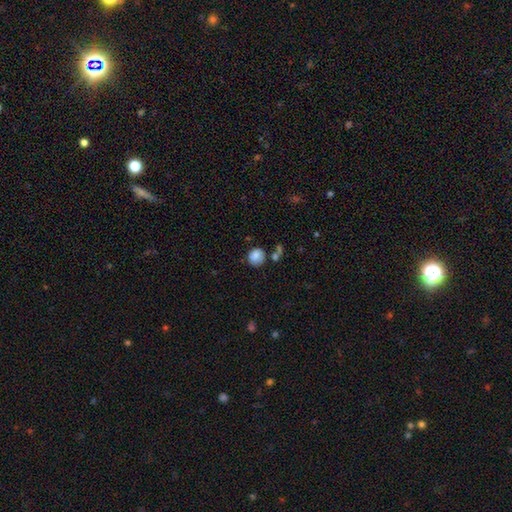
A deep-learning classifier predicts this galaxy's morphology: The model was most divided on "merging": none: 68%, minor disturbance: 17%, merger: 9%, major disturbance: 5%. More confident: smooth or featured — smooth (85%); how rounded — round (84%).